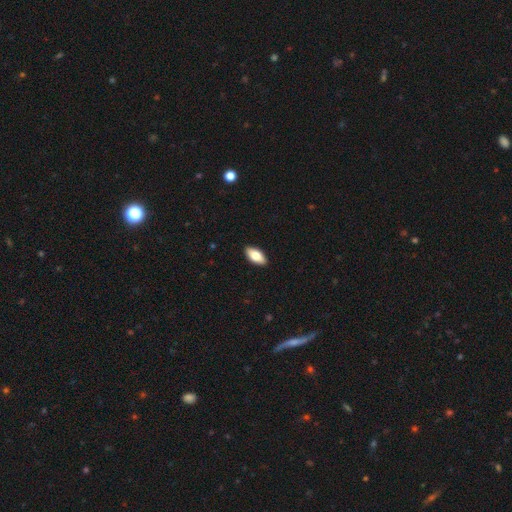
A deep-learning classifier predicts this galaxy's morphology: This is likely a smooth galaxy (78%). How rounded: clearly in between (91%). Merging: clearly none (91%).